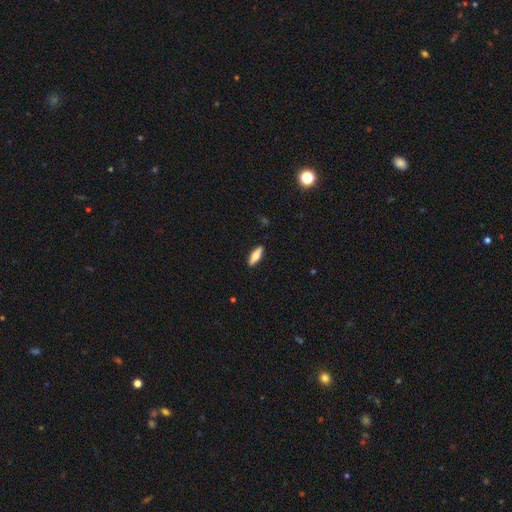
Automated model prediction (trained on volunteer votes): Smooth or featured: smooth — 62% (featured or disk — 32%)
How rounded: in between — 49% (cigar-shaped — 48%)
Merging: none — 90% (minor disturbance — 7%)